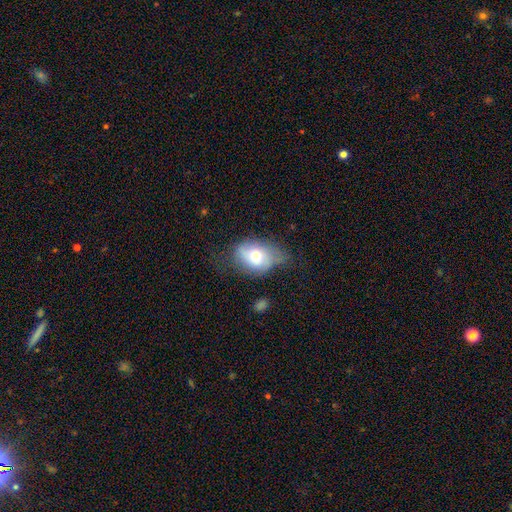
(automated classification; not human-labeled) The model was most divided on "merging": none: 41%, minor disturbance: 37%, major disturbance: 19%, merger: 3%. More confident: how rounded — in between (75%); smooth or featured — smooth (65%).